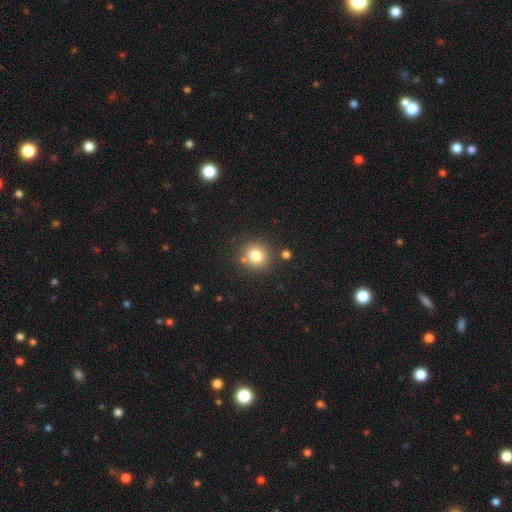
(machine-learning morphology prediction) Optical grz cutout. It shows a smooth galaxy with no disk features (79%) that is round (87%). Merging: none (79%).